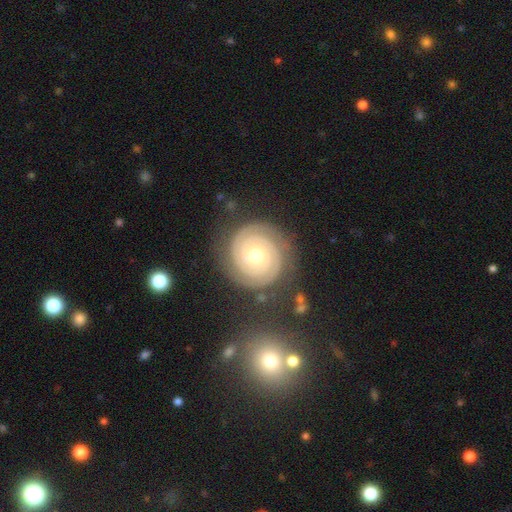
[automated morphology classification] Smooth or featured? featured or disk (90%)
Edge-on disk? no (98%)
Bar? no (78%)
Spiral arms? yes (98%)
Spiral winding? tight (91%)
Spiral arm count? 2 (81%)
Bulge size? moderate (54%)
Merging? none (85%)